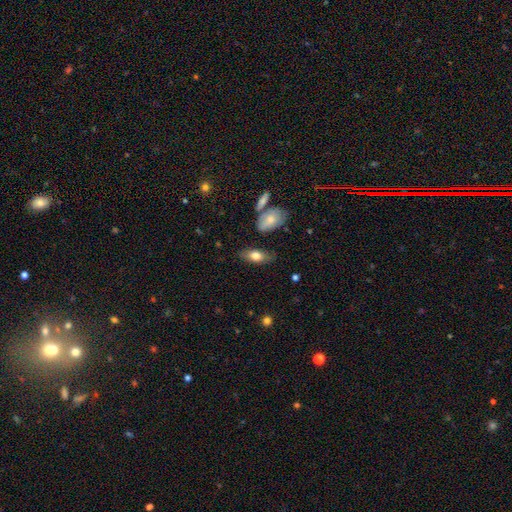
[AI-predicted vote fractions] Smooth or featured?
  - smooth: 73% *
  - featured or disk: 21%
  - star or artifact: 7%
How rounded?
  - in between: 84% *
  - cigar-shaped: 12%
  - round: 4%
Merging?
  - none: 74% *
  - minor disturbance: 17%
  - merger: 4%
  - major disturbance: 4%